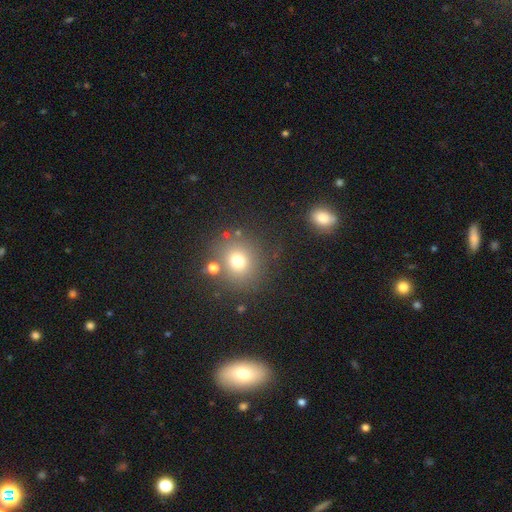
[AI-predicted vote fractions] Smooth or featured?
  - smooth: 55% *
  - star or artifact: 32%
  - featured or disk: 13%
How rounded?
  - round: 84% *
  - in between: 15%
  - cigar-shaped: 1%
Merging?
  - none: 79% *
  - minor disturbance: 9%
  - merger: 8%
  - major disturbance: 4%